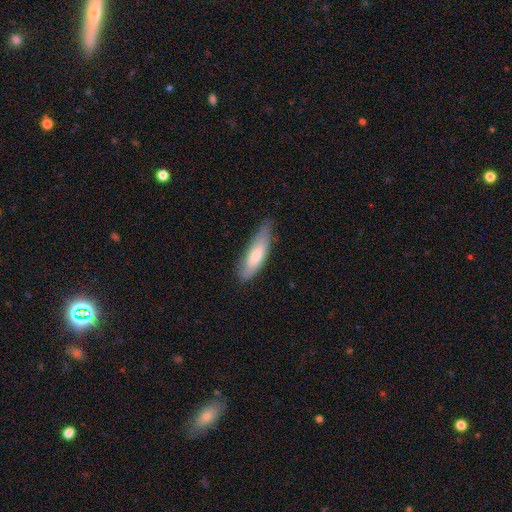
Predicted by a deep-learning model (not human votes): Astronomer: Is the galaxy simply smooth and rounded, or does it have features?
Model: smooth — 71%.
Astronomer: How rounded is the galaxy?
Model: cigar-shaped — 57% (runner-up: in between, 42%).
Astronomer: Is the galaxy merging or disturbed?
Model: none — 66%.